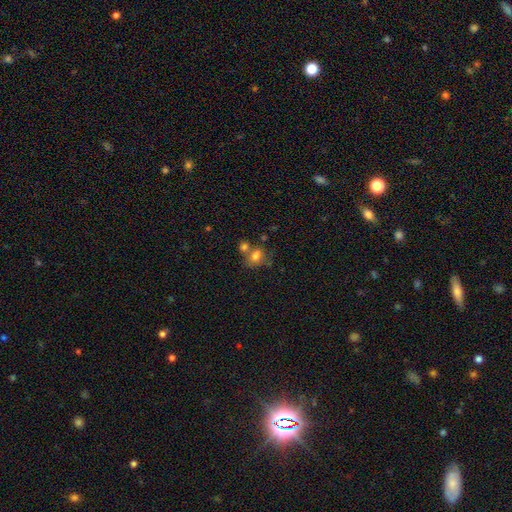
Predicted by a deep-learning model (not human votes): Q: Smooth or featured?
A: smooth (73%); runner-up: featured or disk (14%)
Q: How rounded?
A: in between (63%); runner-up: round (36%)
Q: Merging?
A: merger (41%); runner-up: none (39%)